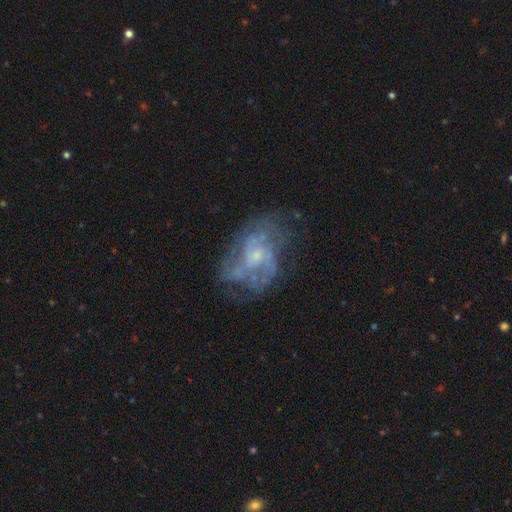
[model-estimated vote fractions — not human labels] Smooth or featured?
  - featured or disk: 78% *
  - smooth: 13%
  - star or artifact: 9%
Edge-on disk?
  - no: 97% *
  - yes: 3%
Bar?
  - no: 61% *
  - weak: 34%
  - strong: 5%
Spiral arms?
  - yes: 81% *
  - no: 19%
Spiral winding?
  - medium: 45% *
  - tight: 28%
  - loose: 27%
Spiral arm count?
  - 2: 37% *
  - can't tell: 34%
  - 3: 15%
  - 4: 6%
  - 1: 5%
  - more than 4: 4%
Bulge size?
  - small: 61% *
  - moderate: 27%
  - none: 9%
  - large: 2%
  - dominant: 1%
Merging?
  - none: 54% *
  - minor disturbance: 22%
  - major disturbance: 21%
  - merger: 3%